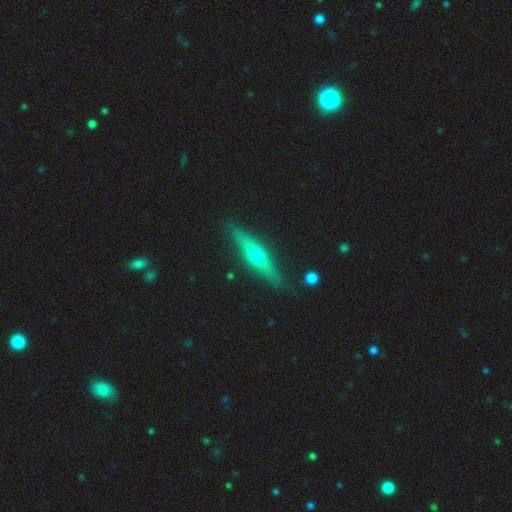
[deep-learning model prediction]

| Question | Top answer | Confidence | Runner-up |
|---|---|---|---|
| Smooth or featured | featured or disk | 64% | smooth (29%) |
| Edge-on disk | yes | 93% | no (7%) |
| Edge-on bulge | rounded | 92% | none (6%) |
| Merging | none | 88% | minor disturbance (9%) |